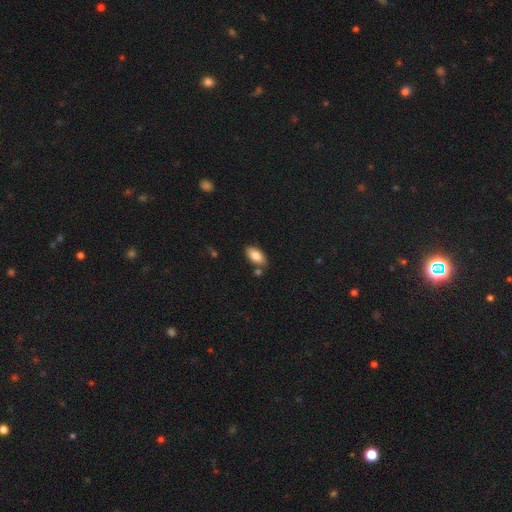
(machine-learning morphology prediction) smooth 83%, featured or disk 10%, star or artifact 7%. Down the decision tree: how rounded — in between (92%); merging — none (77%).